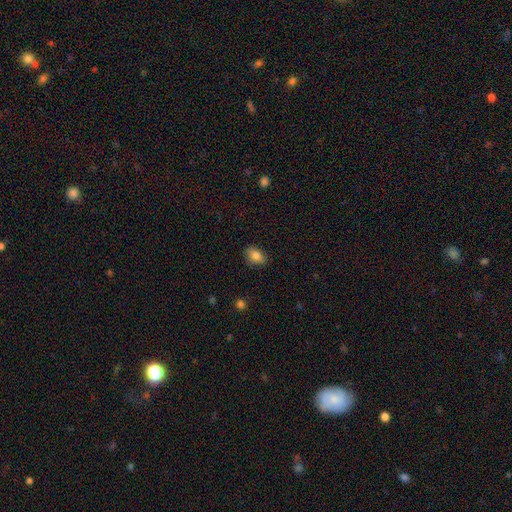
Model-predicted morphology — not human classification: A smooth galaxy with no disk features (83%) that is in between round and cigar-shaped (84%).

Vote fractions:
- Smooth or featured? smooth: 83% / star or artifact: 9% / featured or disk: 8%
- How rounded? in between: 84% / round: 13% / cigar-shaped: 2%
- Merging? none: 83% / minor disturbance: 14% / major disturbance: 3% / merger: 1%